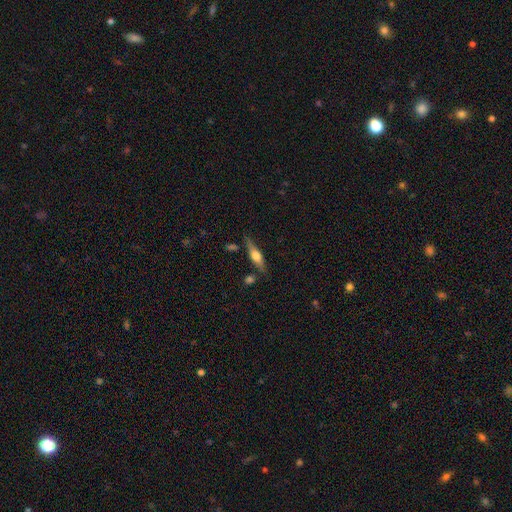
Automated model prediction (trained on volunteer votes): smooth-or-featured: featured or disk: 60% | smooth: 33% | star or artifact: 6%
  disk-edge-on: yes: 94% | no: 6%
    edge-on-bulge: rounded: 91% | boxy: 7% | none: 2%
  merging: none: 77% | minor disturbance: 14% | merger: 5% | major disturbance: 4%